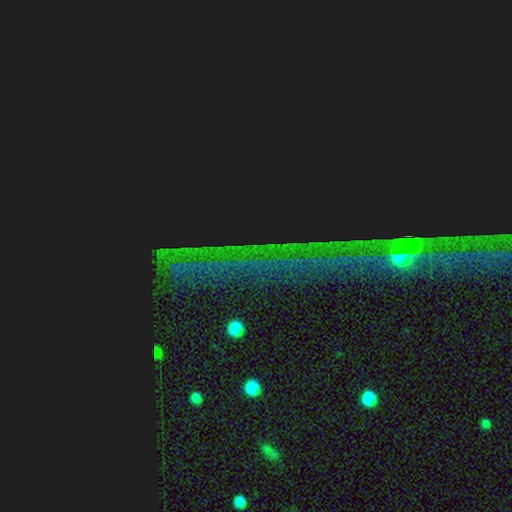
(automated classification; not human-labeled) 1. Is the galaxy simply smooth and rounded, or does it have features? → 86% star or artifact, 7% featured or disk, 7% smooth.